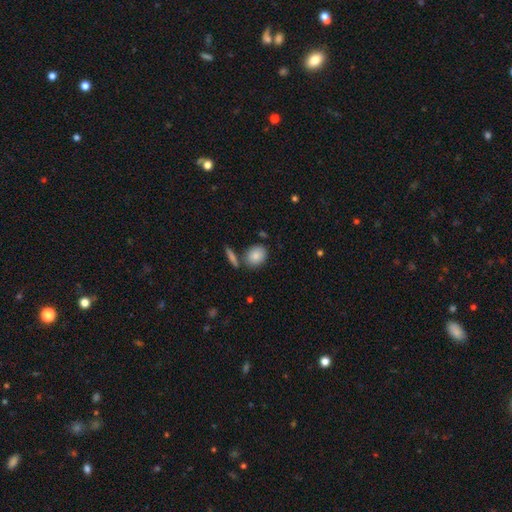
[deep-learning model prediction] Q: Smooth or featured?
A: smooth (84%); runner-up: featured or disk (8%)
Q: How rounded?
A: in between (58%); runner-up: round (40%)
Q: Merging?
A: none (72%); runner-up: merger (13%)